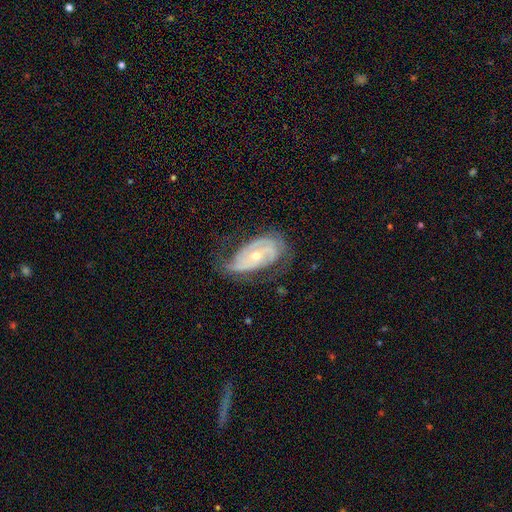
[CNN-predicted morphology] smooth_or_featured: featured or disk (p=0.81) [alt: smooth p=0.13]
disk_edge_on: no (p=0.94) [alt: yes p=0.06]
bar: no (p=0.63) [alt: weak p=0.26]
has_spiral_arms: yes (p=0.88) [alt: no p=0.12]
spiral_winding: tight (p=0.49) [alt: medium p=0.34]
spiral_arm_count: 2 (p=0.54) [alt: can't tell p=0.23]
bulge_size: moderate (p=0.51) [alt: small p=0.45]
merging: none (p=0.54) [alt: minor disturbance p=0.27]